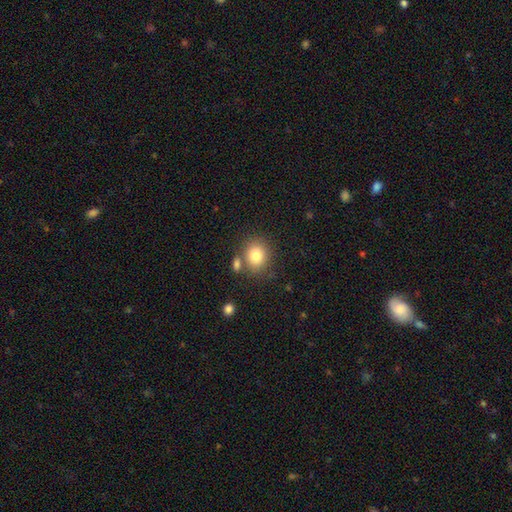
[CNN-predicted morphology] This appears to be a smooth galaxy with no disk features (82%) that is round (67%). Merging: none (70%).